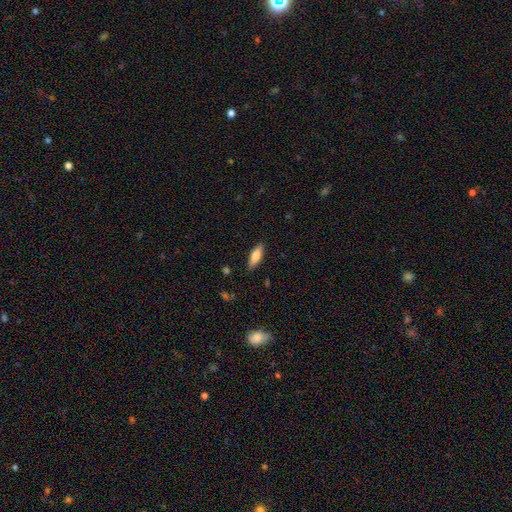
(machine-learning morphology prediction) smooth_or_featured: smooth (p=0.76) [alt: featured or disk p=0.18]
how_rounded: in between (p=0.62) [alt: cigar-shaped p=0.36]
merging: none (p=0.86) [alt: minor disturbance p=0.10]